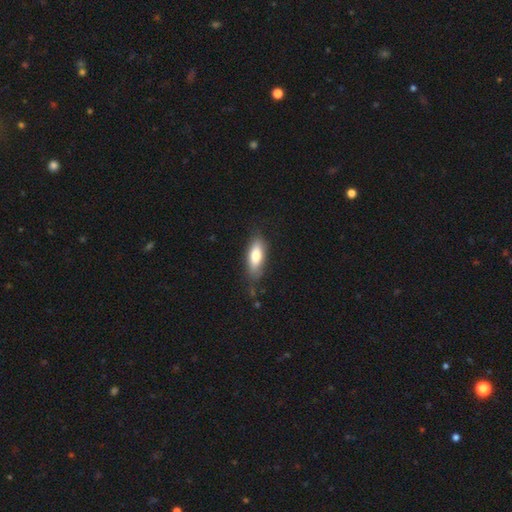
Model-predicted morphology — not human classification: Q: Smooth or featured?
A: smooth (74%); runner-up: featured or disk (19%)
Q: How rounded?
A: in between (68%); runner-up: cigar-shaped (30%)
Q: Merging?
A: none (78%); runner-up: minor disturbance (17%)